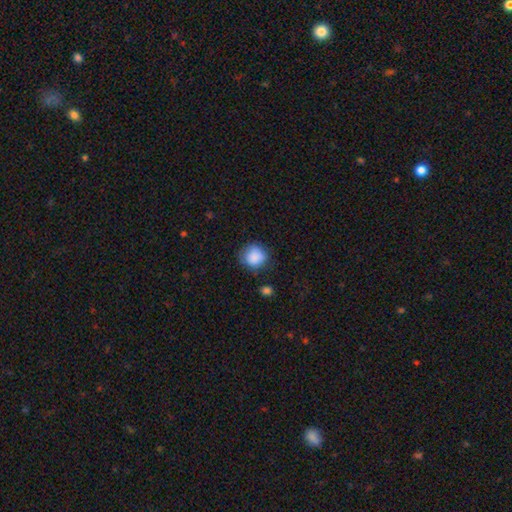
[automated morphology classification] Smooth or featured? Predicted: smooth (p=0.86). How rounded? Predicted: round (p=0.84). Merging? Predicted: none (p=0.70).